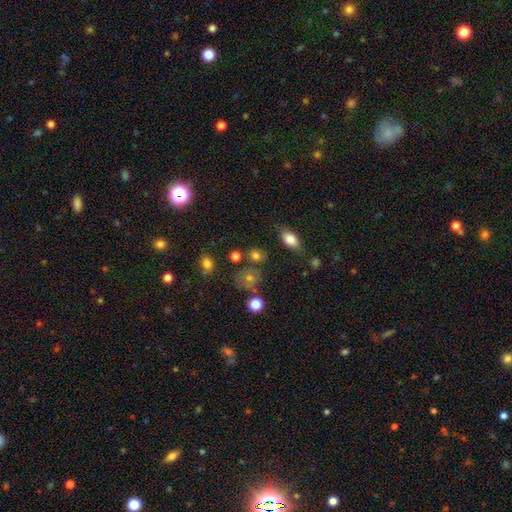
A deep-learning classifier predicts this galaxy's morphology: smooth_or_featured: smooth (p=0.78) [alt: star or artifact p=0.14]
how_rounded: round (p=0.58) [alt: in between p=0.40]
merging: none (p=0.70) [alt: minor disturbance p=0.15]